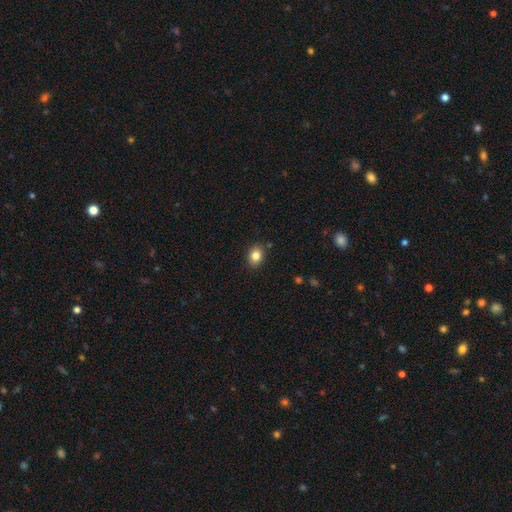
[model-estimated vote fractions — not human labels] Smooth or featured?
  - smooth: 83% *
  - star or artifact: 10%
  - featured or disk: 7%
How rounded?
  - in between: 59% *
  - round: 40%
  - cigar-shaped: 1%
Merging?
  - none: 88% *
  - minor disturbance: 9%
  - major disturbance: 2%
  - merger: 2%